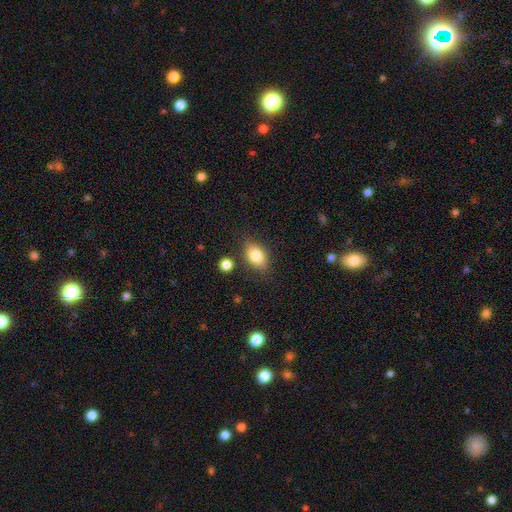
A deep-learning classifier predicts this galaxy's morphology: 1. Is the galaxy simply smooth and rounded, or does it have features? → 81% smooth, 11% featured or disk, 8% star or artifact.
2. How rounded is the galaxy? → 84% in between, 13% round, 3% cigar-shaped.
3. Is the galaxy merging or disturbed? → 80% none, 13% minor disturbance, 4% merger, 3% major disturbance.